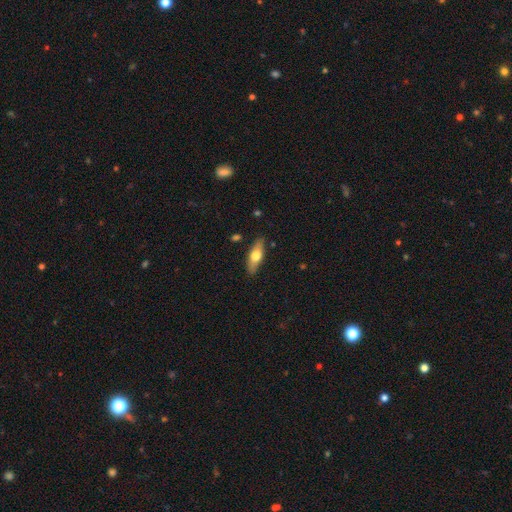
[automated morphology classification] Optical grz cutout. It shows a smooth galaxy with no disk features (58%) that is in between round and cigar-shaped (59%). Merging: none (87%).